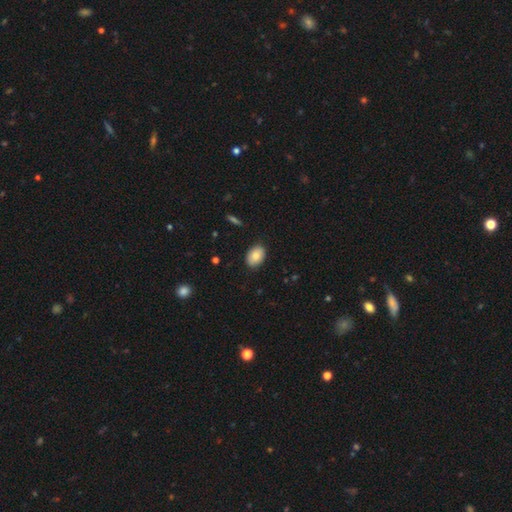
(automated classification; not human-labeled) smooth-or-featured: smooth: 86% | featured or disk: 8% | star or artifact: 7%
  how-rounded: in between: 85% | round: 14% | cigar-shaped: 1%
  merging: none: 87% | minor disturbance: 10% | major disturbance: 2% | merger: 1%